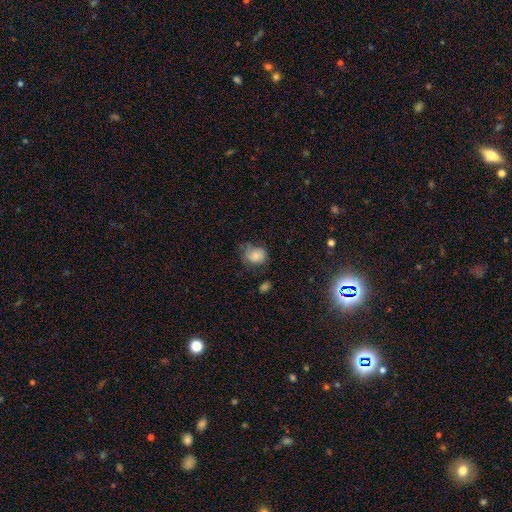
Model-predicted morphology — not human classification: Smooth or featured?
  - smooth: 78% *
  - featured or disk: 12%
  - star or artifact: 10%
How rounded?
  - round: 58% *
  - in between: 41%
  - cigar-shaped: 1%
Merging?
  - none: 51% *
  - minor disturbance: 32%
  - major disturbance: 14%
  - merger: 3%